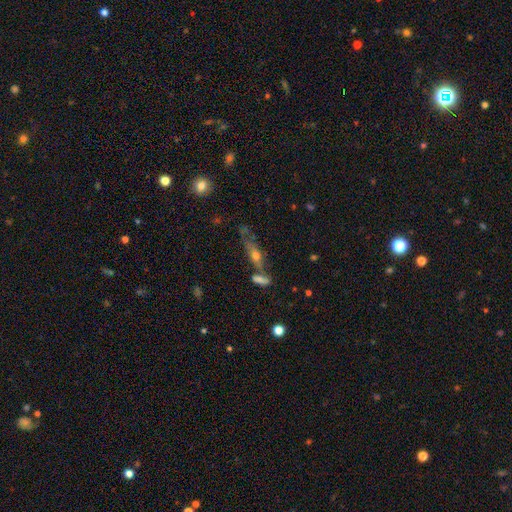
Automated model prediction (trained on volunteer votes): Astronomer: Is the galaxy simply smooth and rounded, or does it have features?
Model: featured or disk — 45% (runner-up: smooth, 41%).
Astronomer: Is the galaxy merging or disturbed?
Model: none — 43% (runner-up: merger, 28%).